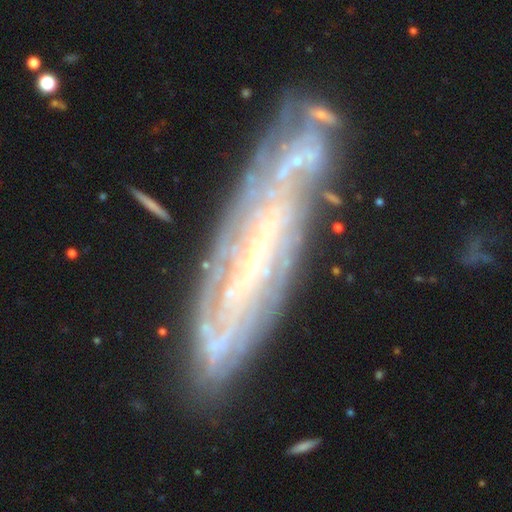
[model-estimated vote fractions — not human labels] Morphology: type=featured or disk (80%); edge-on=no (66%); bar=no (43%); spiral arms=yes (88%); bulge=small (75%); merging=none (75%).